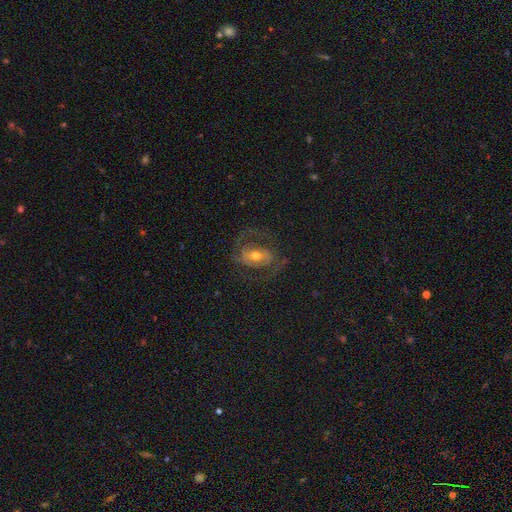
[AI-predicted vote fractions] Q: Smooth or featured?
A: featured or disk (73%); runner-up: smooth (19%)
Q: Edge-on disk?
A: no (96%); runner-up: yes (4%)
Q: Bar?
A: weak (39%); runner-up: no (36%)
Q: Spiral arms?
A: yes (79%); runner-up: no (21%)
Q: Spiral winding?
A: medium (50%); runner-up: loose (25%)
Q: Spiral arm count?
A: 2 (81%); runner-up: can't tell (10%)
Q: Bulge size?
A: moderate (69%); runner-up: small (21%)
Q: Merging?
A: none (66%); runner-up: major disturbance (18%)